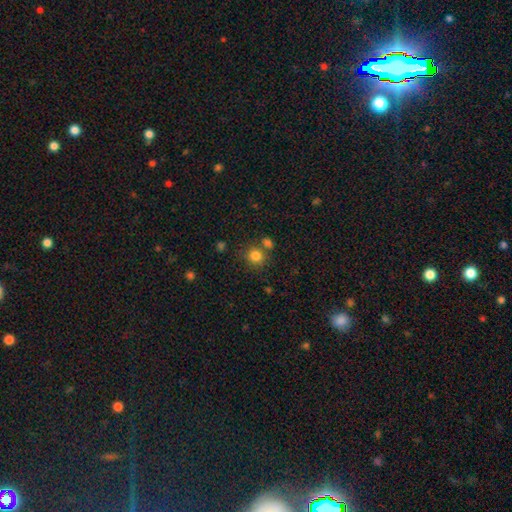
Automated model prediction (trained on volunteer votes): This is clearly a smooth galaxy (82%). How rounded: clearly round (84%). Merging: likely none (69%).